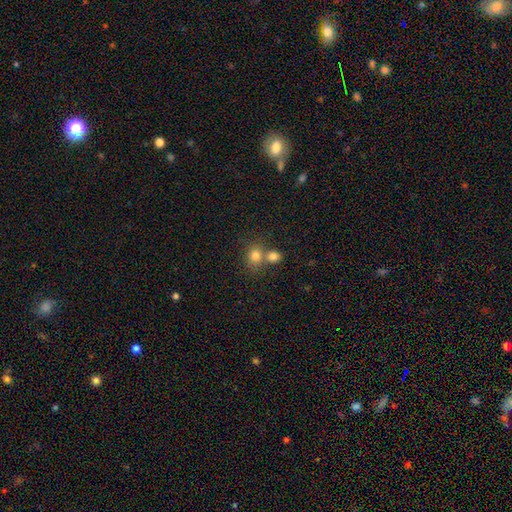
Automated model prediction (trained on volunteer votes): Morphology: type=smooth (79%); roundness=round (74%); merging=none (49%).